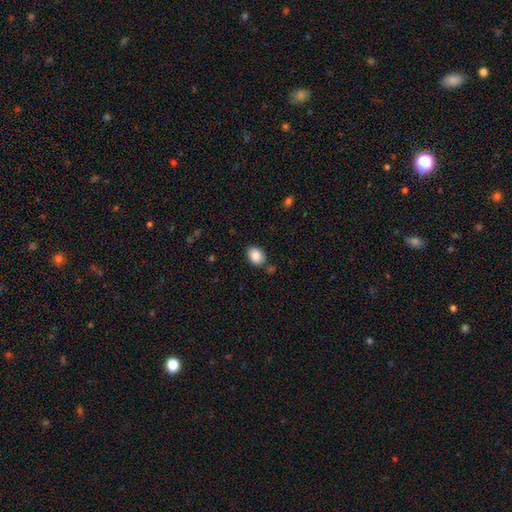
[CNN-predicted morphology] A smooth galaxy with no disk features (87%) that is in between round and cigar-shaped (63%). Merging: none (79%).